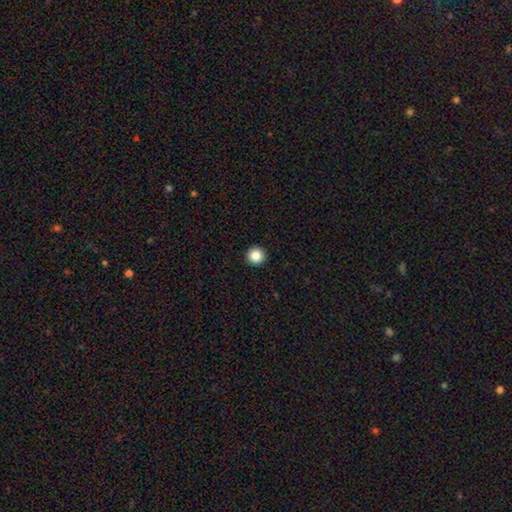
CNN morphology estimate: This appears to be a smooth galaxy with no disk features (86%) that is round (96%). Merging: none (94%).